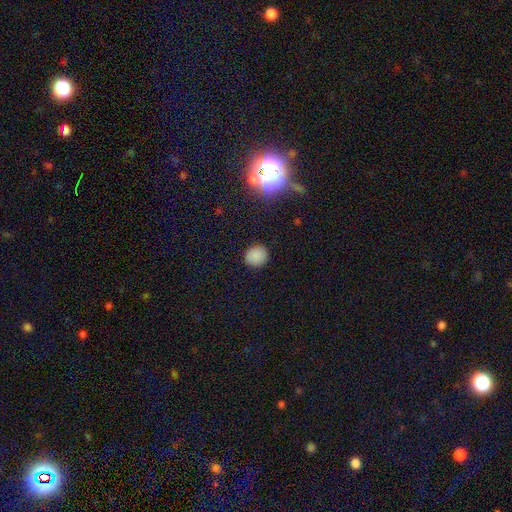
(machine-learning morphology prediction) Smooth or featured: smooth — 84% (star or artifact — 12%)
How rounded: round — 88% (in between — 11%)
Merging: none — 90% (minor disturbance — 7%)